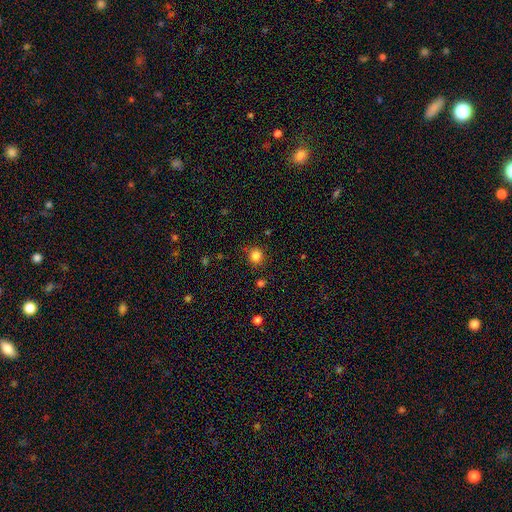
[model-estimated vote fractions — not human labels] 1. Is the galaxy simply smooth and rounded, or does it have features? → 83% smooth, 13% star or artifact, 4% featured or disk.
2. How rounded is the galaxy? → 88% round, 11% in between, 1% cigar-shaped.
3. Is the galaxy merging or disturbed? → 84% none, 11% minor disturbance, 3% major disturbance, 2% merger.